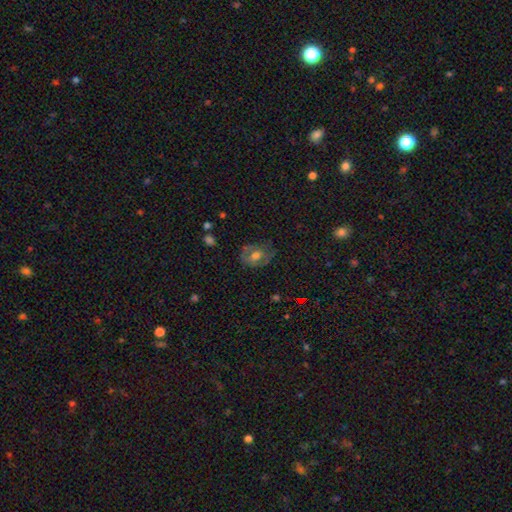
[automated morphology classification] Smooth or featured? smooth (47%)
Merging? none (59%)